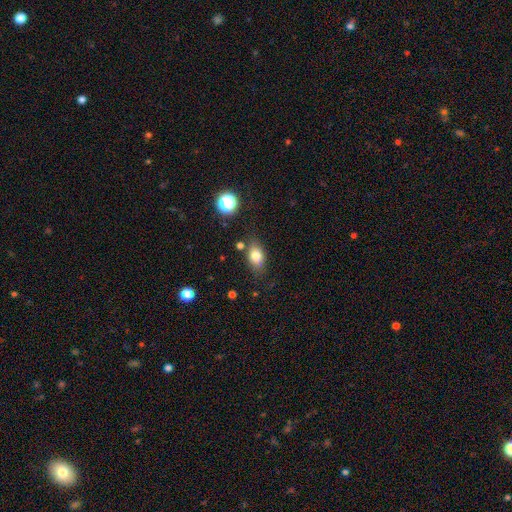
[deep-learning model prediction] Smooth or featured? smooth (77%)
How rounded? in between (80%)
Merging? none (76%)